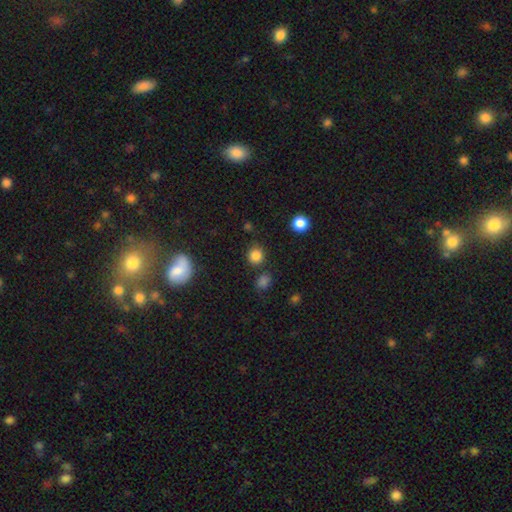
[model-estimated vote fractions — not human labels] This is clearly a smooth galaxy (82%). How rounded: clearly round (90%). Merging: clearly none (83%).